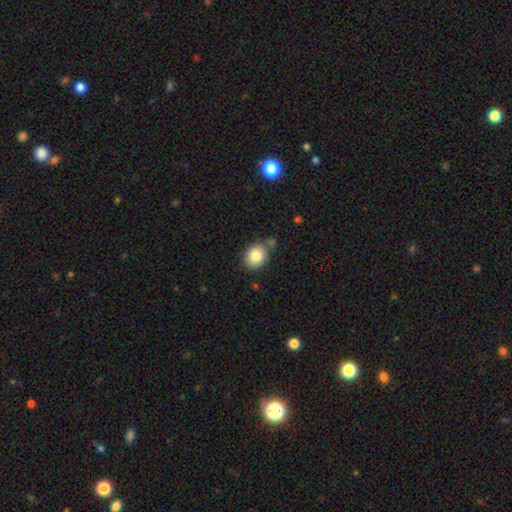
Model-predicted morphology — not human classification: type=smooth (83%); roundness=round (51%); merging=none (72%).